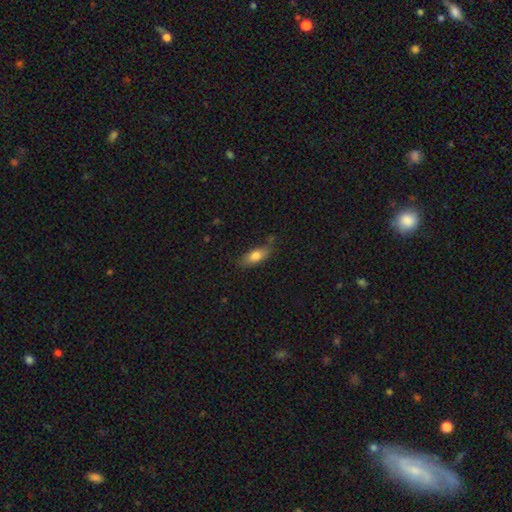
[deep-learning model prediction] The model was most divided on "merging": none: 66%, minor disturbance: 24%, major disturbance: 6%, merger: 4%. More confident: smooth or featured — smooth (78%); how rounded — in between (74%).